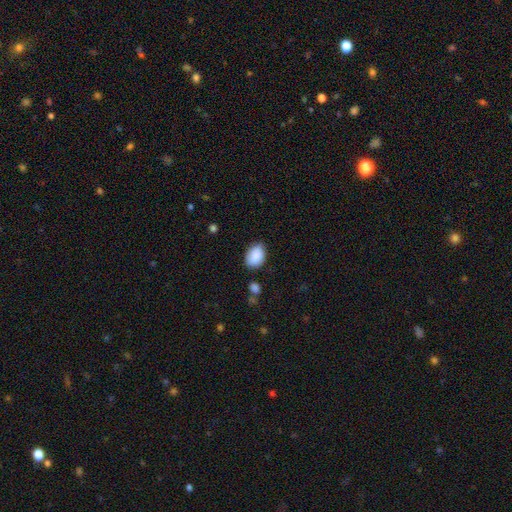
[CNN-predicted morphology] type=smooth (86%); roundness=in between (85%); merging=none (74%).